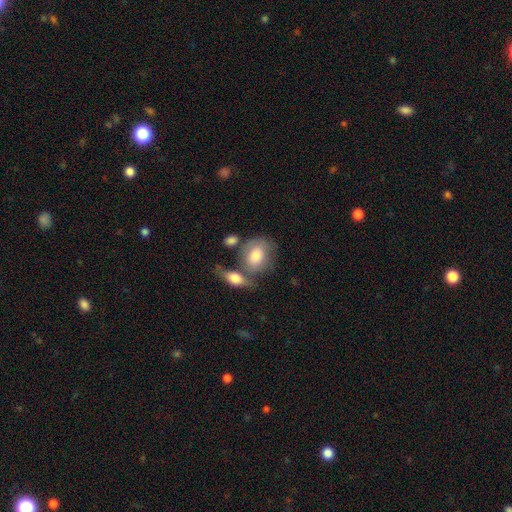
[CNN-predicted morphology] A smooth galaxy with no disk features (72%) that is in between round and cigar-shaped (62%). Merging: none (41%).